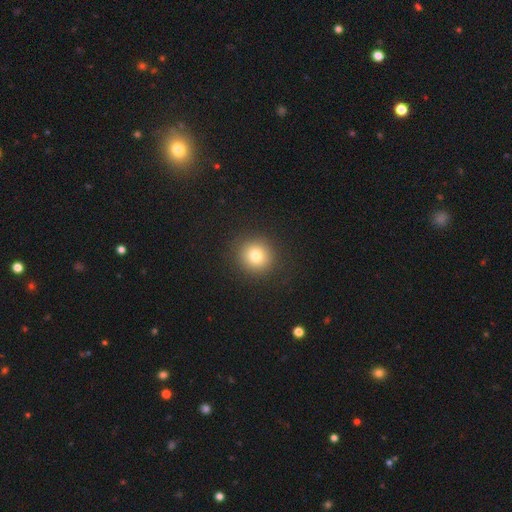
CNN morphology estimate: smooth 77%, star or artifact 13%, featured or disk 10%. Down the decision tree: how rounded — round (92%); merging — none (90%).